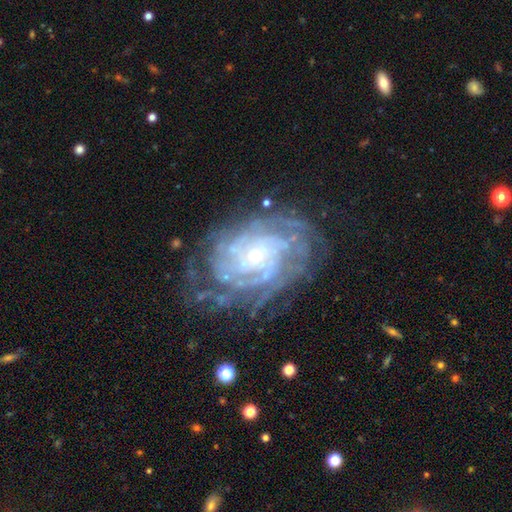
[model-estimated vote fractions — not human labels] featured or disk 88%, star or artifact 6%, smooth 6%. Down the decision tree: edge-on disk — no (97%); bar — no (77%); spiral arms — yes (95%); spiral arm count — can't tell (35%); spiral winding — tight (75%); bulge size — small (75%); merging — none (67%).